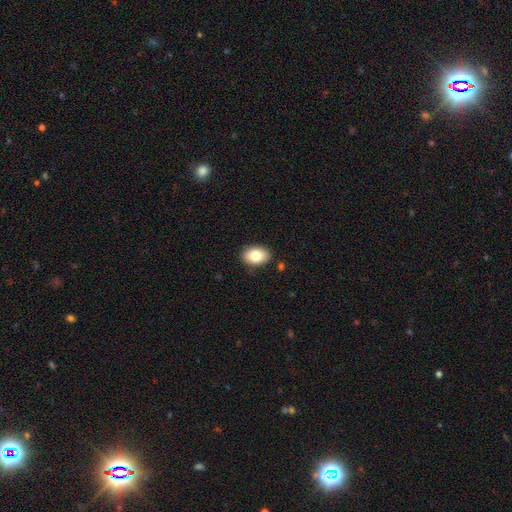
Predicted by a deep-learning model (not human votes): A smooth galaxy with no disk features (82%) that is in between round and cigar-shaped (84%). Merging: none (86%).